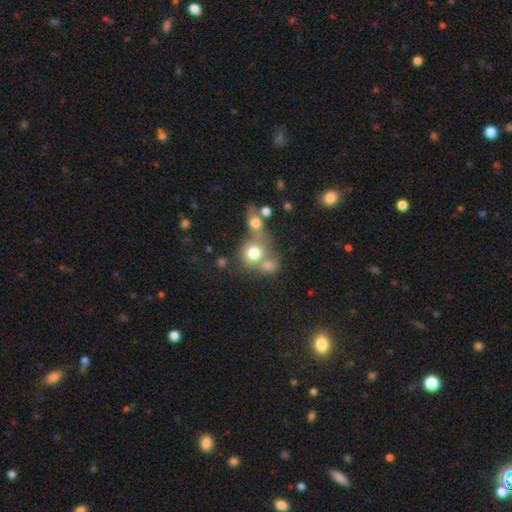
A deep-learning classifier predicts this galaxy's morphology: smooth 62%, star or artifact 20%, featured or disk 18%. Down the decision tree: how rounded — round (79%); merging — merger (52%).